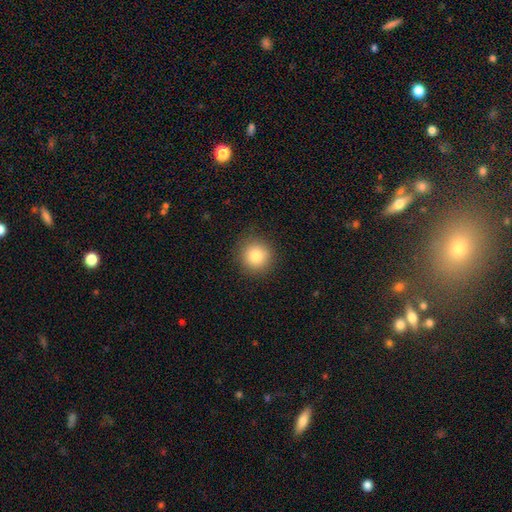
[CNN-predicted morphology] smooth 83%, star or artifact 10%, featured or disk 7%. Down the decision tree: how rounded — round (93%); merging — none (90%).